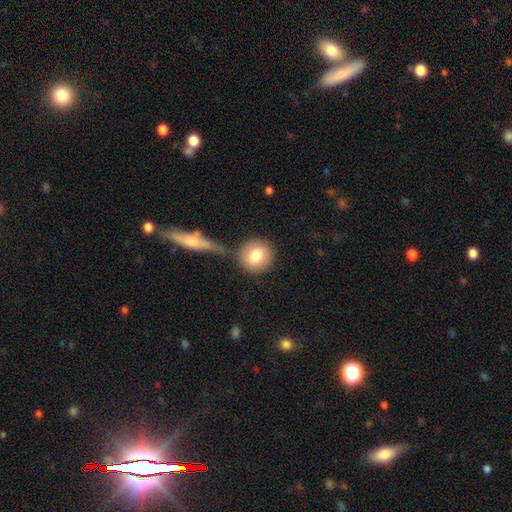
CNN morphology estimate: Overall: smooth (79%). How rounded: round (91%). Merging: none (72%).